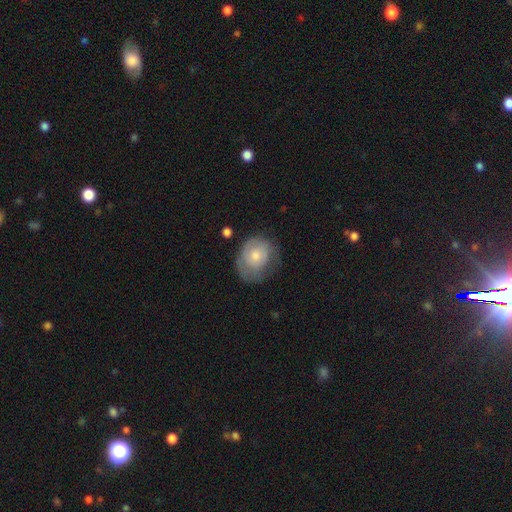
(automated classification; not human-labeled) Smooth or featured? Predicted: smooth (p=0.62). How rounded? Predicted: round (p=0.56). Merging? Predicted: none (p=0.48).